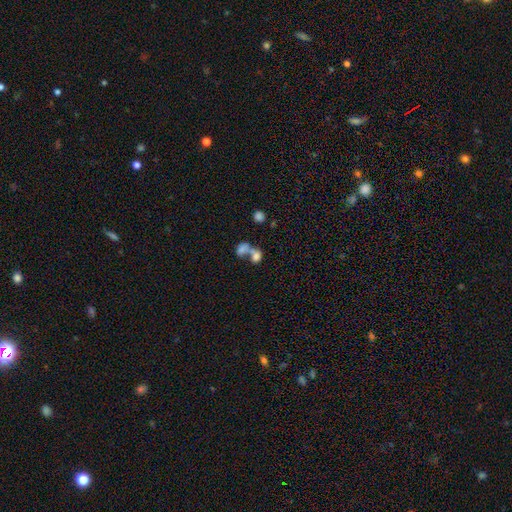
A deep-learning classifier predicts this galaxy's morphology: Overall: smooth (71%). How rounded: in between (70%). Merging: merger (69%).